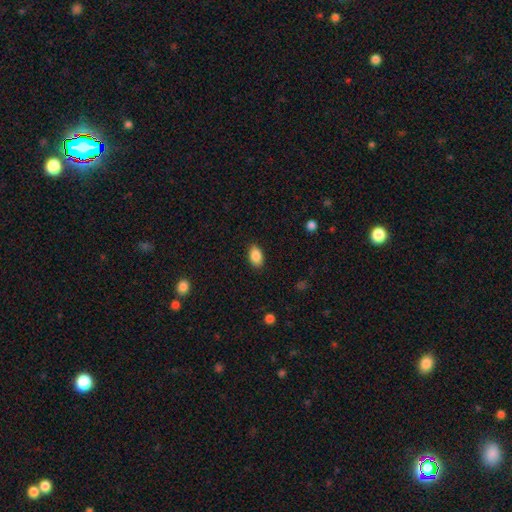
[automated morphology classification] smooth_or_featured: smooth (p=0.88) [alt: star or artifact p=0.08]
how_rounded: in between (p=0.90) [alt: round p=0.09]
merging: none (p=0.87) [alt: minor disturbance p=0.10]